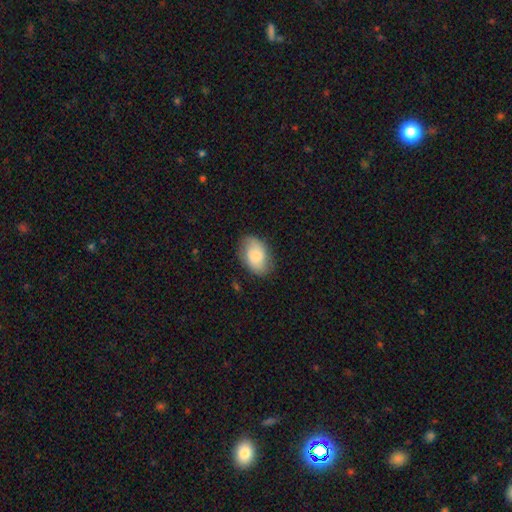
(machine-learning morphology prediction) A smooth galaxy with no disk features (75%) that is in between round and cigar-shaped (90%). Merging: none (75%).